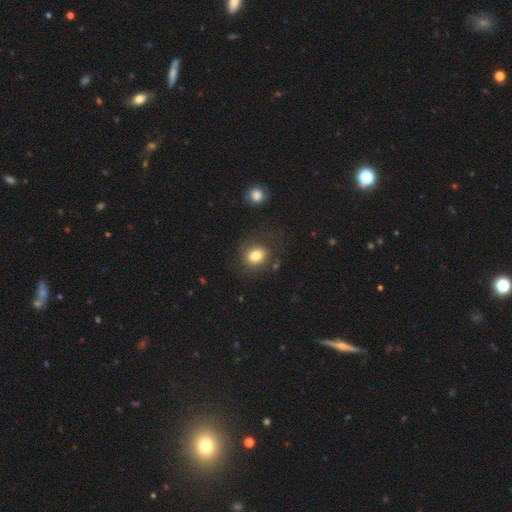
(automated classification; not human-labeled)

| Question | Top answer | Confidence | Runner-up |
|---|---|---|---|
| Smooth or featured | smooth | 80% | featured or disk (11%) |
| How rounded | round | 72% | in between (27%) |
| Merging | none | 75% | minor disturbance (14%) |